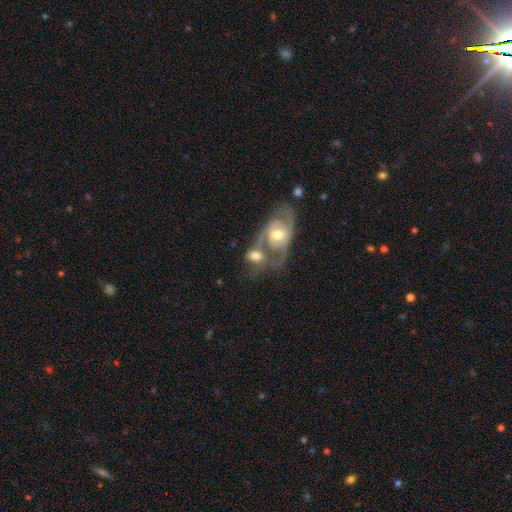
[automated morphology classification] Smooth or featured: featured or disk — 60% (smooth — 34%)
Edge-on disk: no — 95% (yes — 5%)
Bar: no — 54% (weak — 35%)
Spiral arms: yes — 80% (no — 20%)
Bulge size: moderate — 65% (small — 18%)
Merging: merger — 60% (none — 22%)